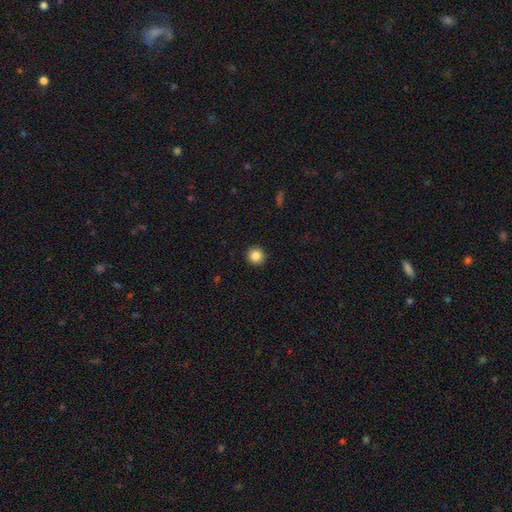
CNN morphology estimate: Overall: smooth (86%). How rounded: round (95%). Merging: none (93%).